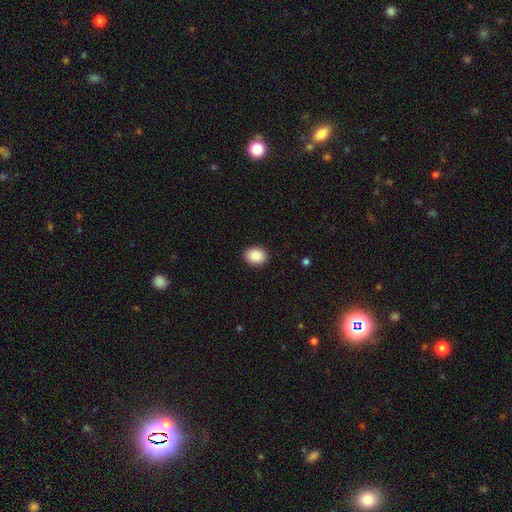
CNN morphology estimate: type=smooth (89%); roundness=in between (64%); merging=none (91%).